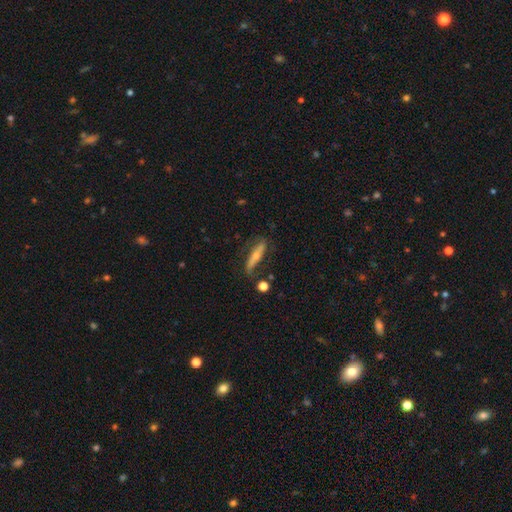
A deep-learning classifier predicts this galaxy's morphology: This is possibly a featured or disk galaxy (53%). It is likely viewed edge-on (63%). Merging: likely none (66%).